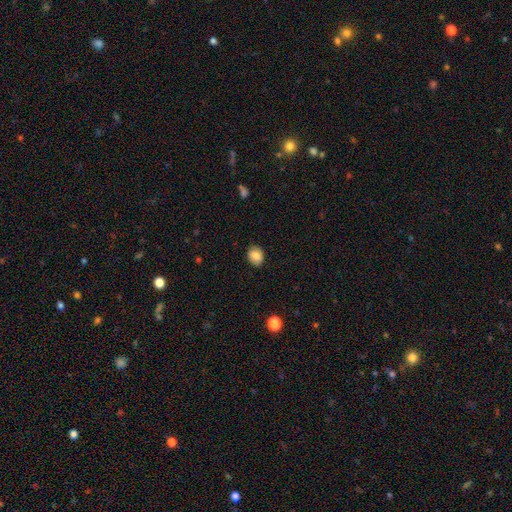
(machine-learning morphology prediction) The model was most divided on "how rounded": in between: 55%, round: 44%, cigar-shaped: 1%. More confident: merging — none (86%); smooth or featured — smooth (85%).